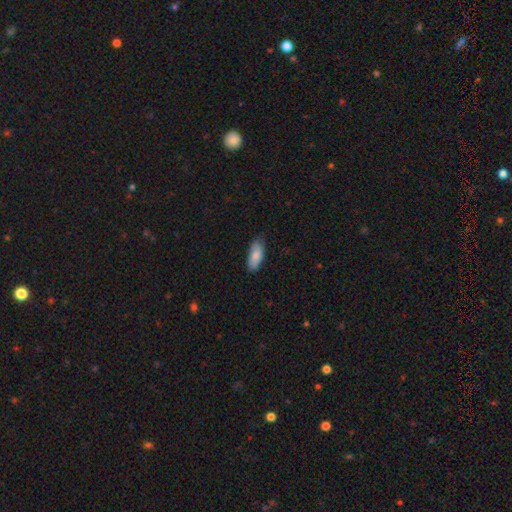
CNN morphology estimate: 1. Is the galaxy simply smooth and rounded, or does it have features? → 83% smooth, 11% featured or disk, 6% star or artifact.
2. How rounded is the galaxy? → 81% in between, 17% cigar-shaped, 2% round.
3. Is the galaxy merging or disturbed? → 75% none, 21% minor disturbance, 3% major disturbance, 1% merger.